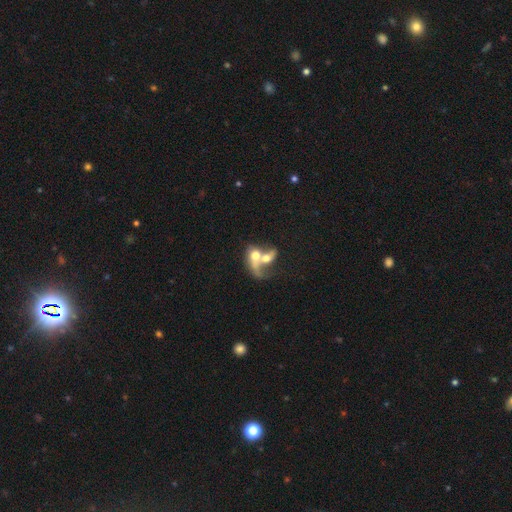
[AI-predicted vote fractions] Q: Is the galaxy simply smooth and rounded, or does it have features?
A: smooth — 48%.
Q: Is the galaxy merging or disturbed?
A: merger — 78%.